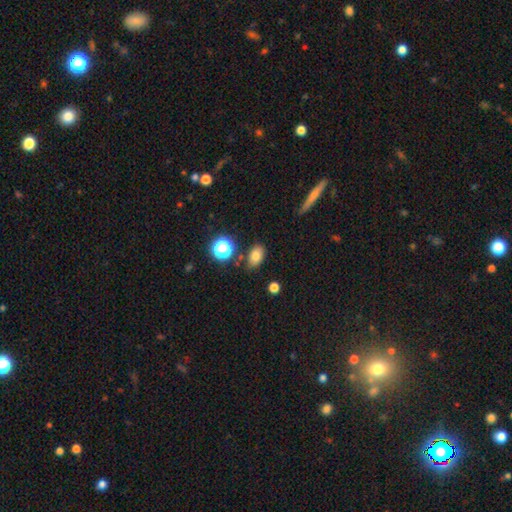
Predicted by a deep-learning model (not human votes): Smooth or featured: smooth — 80% (star or artifact — 13%)
How rounded: in between — 81% (round — 17%)
Merging: none — 79% (minor disturbance — 14%)